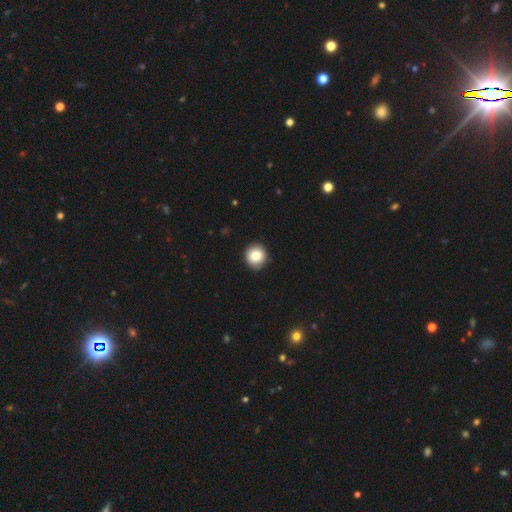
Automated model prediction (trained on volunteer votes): Q: Smooth or featured?
A: smooth (82%); runner-up: star or artifact (9%)
Q: How rounded?
A: round (93%); runner-up: in between (6%)
Q: Merging?
A: none (92%); runner-up: minor disturbance (6%)